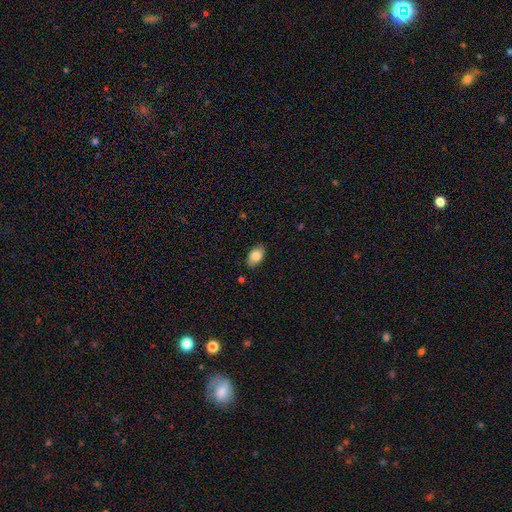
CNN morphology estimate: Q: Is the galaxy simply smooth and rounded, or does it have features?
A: smooth — 83%.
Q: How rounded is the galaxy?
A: in between — 91%.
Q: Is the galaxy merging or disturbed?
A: none — 84%.